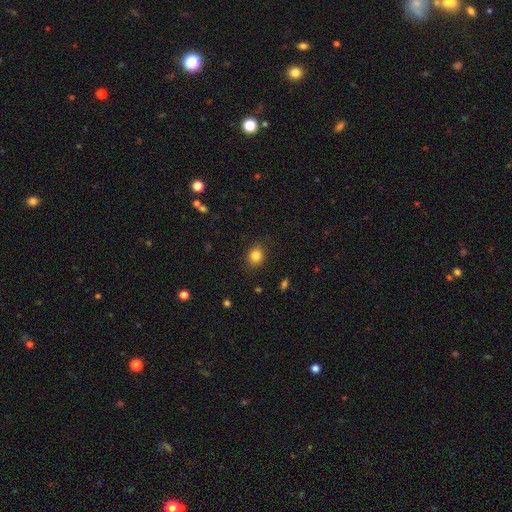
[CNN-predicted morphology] A smooth galaxy with no disk features (83%) that is round (69%).

Vote fractions:
- Smooth or featured? smooth: 83% / star or artifact: 11% / featured or disk: 6%
- How rounded? round: 69% / in between: 30% / cigar-shaped: 1%
- Merging? none: 87% / minor disturbance: 9% / major disturbance: 3% / merger: 1%